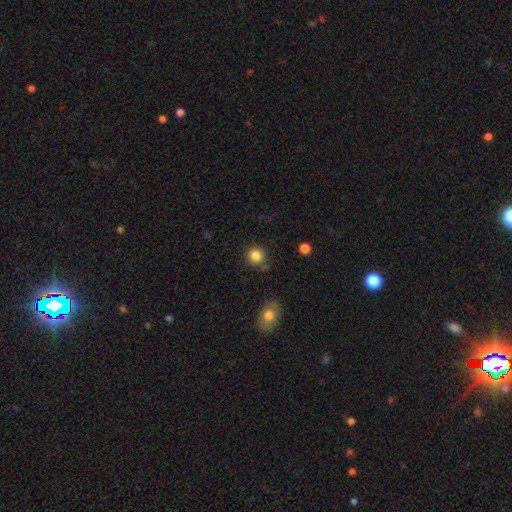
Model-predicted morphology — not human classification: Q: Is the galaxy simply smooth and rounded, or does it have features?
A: smooth — 85%.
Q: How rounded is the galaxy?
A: round — 91%.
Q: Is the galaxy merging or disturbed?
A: none — 82%.